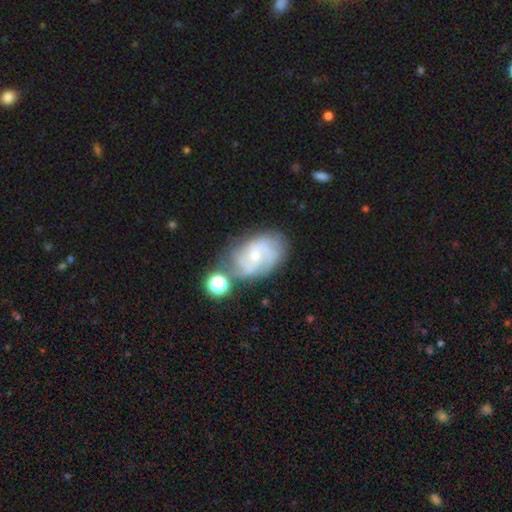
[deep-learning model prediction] Morphology: type=featured or disk (76%); edge-on=no (97%); bar=no (61%); spiral arms=yes (92%); winding=medium (44%); arm count=3 (29%); bulge=small (62%); merging=none (56%).